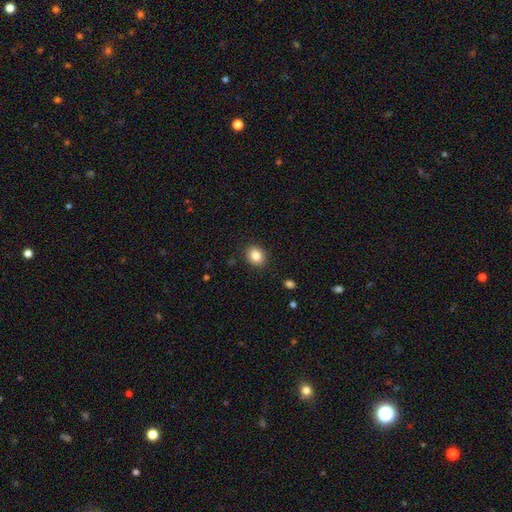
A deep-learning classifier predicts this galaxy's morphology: A smooth galaxy with no disk features (84%) that is round (58%). Merging: none (89%).